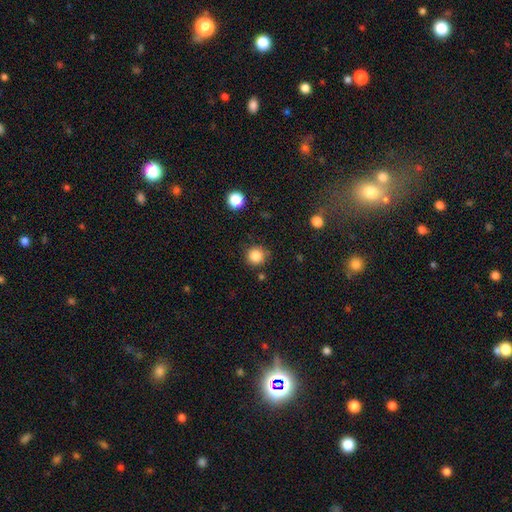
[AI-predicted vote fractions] A smooth galaxy with no disk features (85%) that is round (94%).

Vote fractions:
- Smooth or featured? smooth: 85% / star or artifact: 11% / featured or disk: 4%
- How rounded? round: 94% / in between: 5% / cigar-shaped: 1%
- Merging? none: 84% / minor disturbance: 10% / merger: 3% / major disturbance: 3%